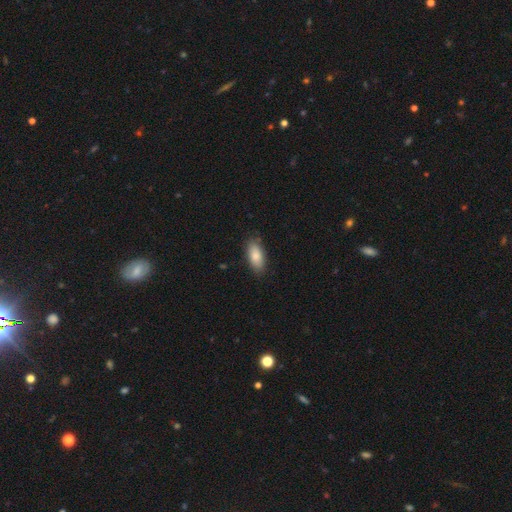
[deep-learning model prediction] This appears to be a smooth galaxy with no disk features (85%) that is in between round and cigar-shaped (88%). Merging: none (84%).